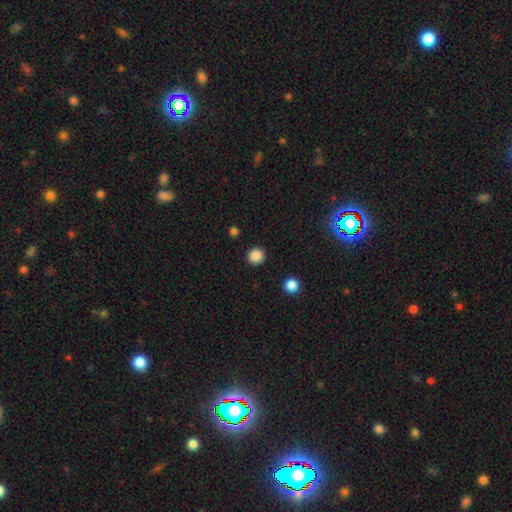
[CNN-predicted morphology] Smooth or featured: smooth — 87% (star or artifact — 10%)
How rounded: round — 92% (in between — 7%)
Merging: none — 92% (minor disturbance — 5%)